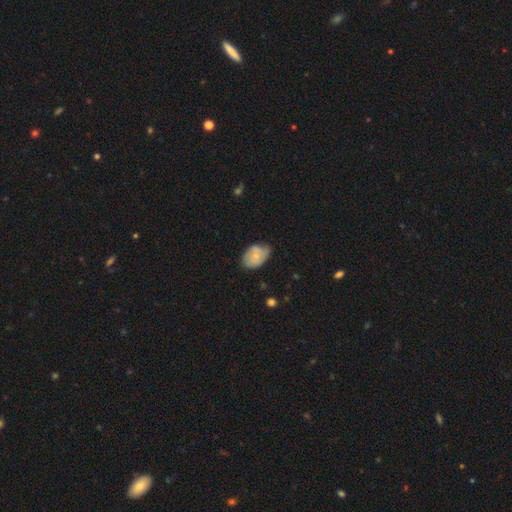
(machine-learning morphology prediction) Smooth or featured? Predicted: smooth (p=0.68). How rounded? Predicted: in between (p=0.87). Merging? Predicted: none (p=0.55).